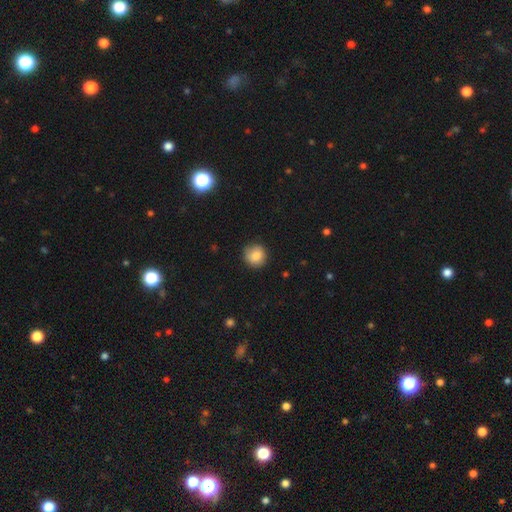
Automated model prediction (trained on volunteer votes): A smooth galaxy with no disk features (85%) that is round (91%). Merging: none (82%).